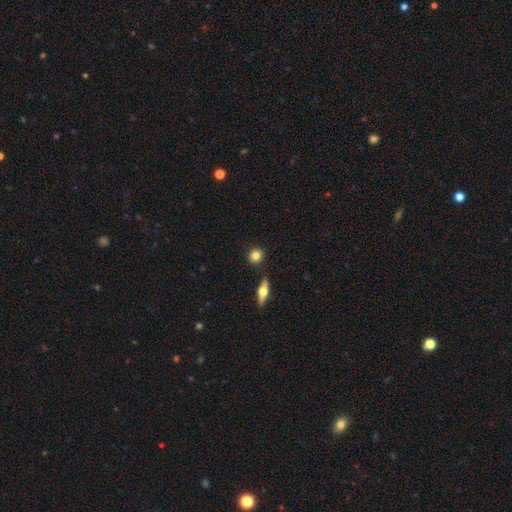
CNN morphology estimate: smooth 80%, featured or disk 12%, star or artifact 8%. Down the decision tree: how rounded — round (85%); merging — none (87%).